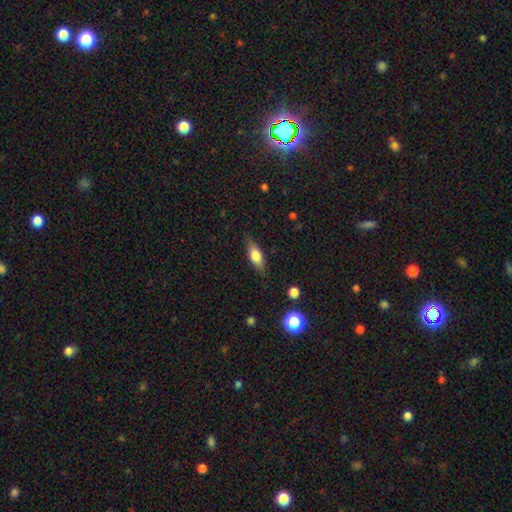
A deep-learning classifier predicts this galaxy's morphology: A smooth galaxy with no disk features (71%) that is in between round and cigar-shaped (72%). Merging: none (80%).